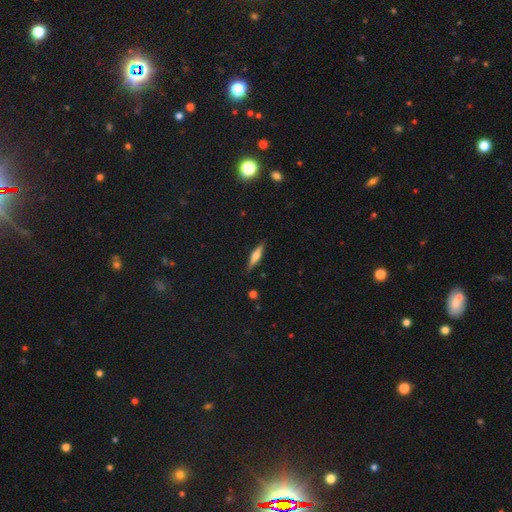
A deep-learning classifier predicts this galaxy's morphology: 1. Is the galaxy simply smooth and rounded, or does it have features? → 49% featured or disk, 44% smooth, 7% star or artifact.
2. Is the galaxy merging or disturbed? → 88% none, 9% minor disturbance, 2% major disturbance, 1% merger.